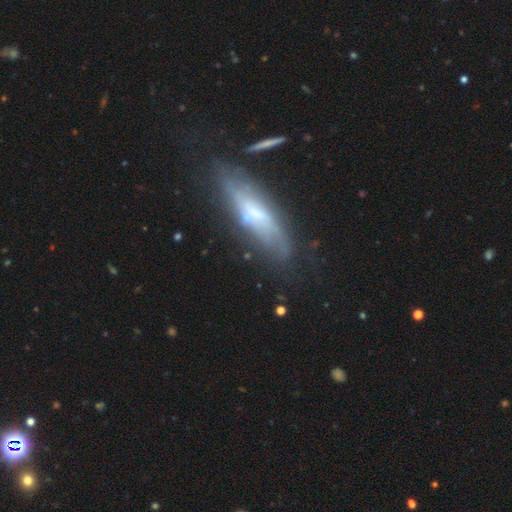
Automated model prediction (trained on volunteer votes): This appears to be a featured or disk galaxy (57%) viewed edge-on (51%). Merging: none (73%).